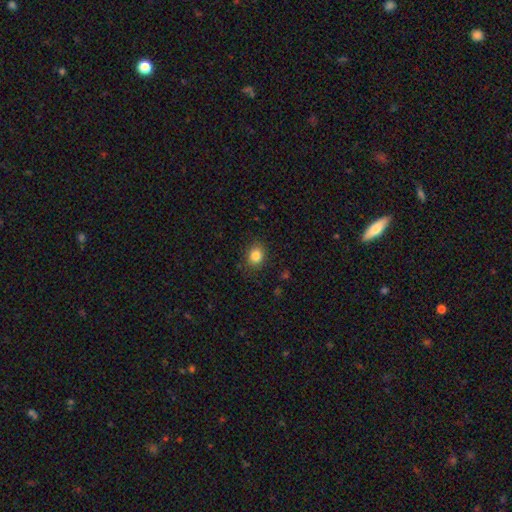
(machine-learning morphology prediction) This is clearly a smooth galaxy (84%). How rounded: likely round (62%). Merging: clearly none (86%).